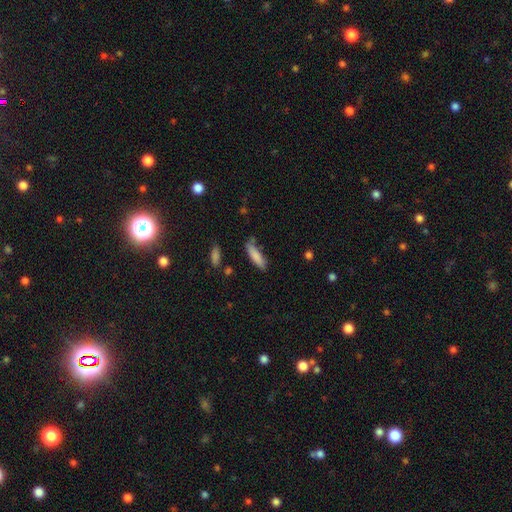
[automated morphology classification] smooth_or_featured: smooth (p=0.83) [alt: featured or disk p=0.10]
how_rounded: cigar-shaped (p=0.63) [alt: in between p=0.35]
merging: none (p=0.74) [alt: minor disturbance p=0.18]